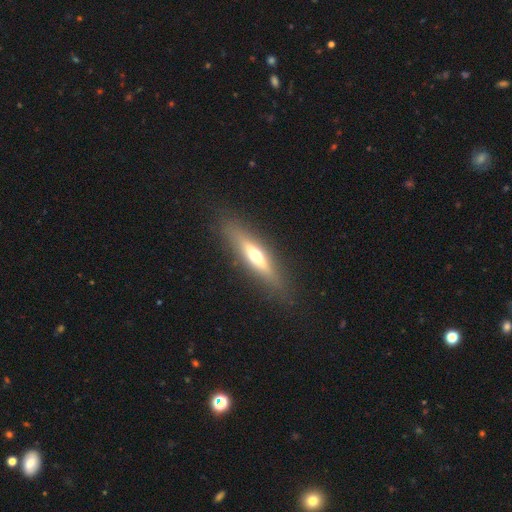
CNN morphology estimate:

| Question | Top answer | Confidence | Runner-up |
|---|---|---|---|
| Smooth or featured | featured or disk | 53% | smooth (40%) |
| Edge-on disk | yes | 88% | no (12%) |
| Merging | none | 87% | minor disturbance (9%) |